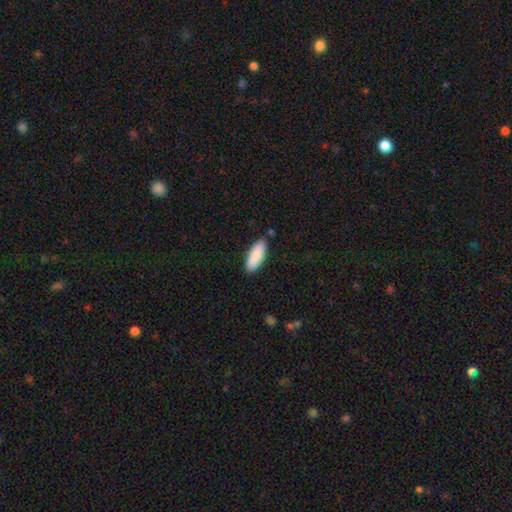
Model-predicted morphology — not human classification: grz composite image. It shows a smooth galaxy with no disk features (89%) that is in between round and cigar-shaped (69%). Merging: none (83%).